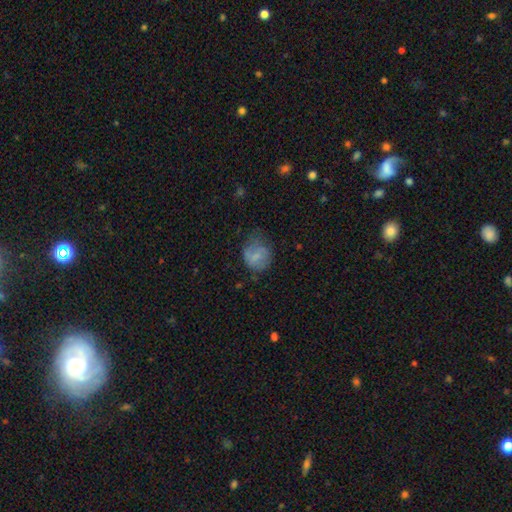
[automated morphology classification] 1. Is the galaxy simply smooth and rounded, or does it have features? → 63% smooth, 29% featured or disk, 9% star or artifact.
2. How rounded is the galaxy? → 68% round, 31% in between, 1% cigar-shaped.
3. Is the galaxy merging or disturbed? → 41% none, 33% minor disturbance, 24% major disturbance, 2% merger.